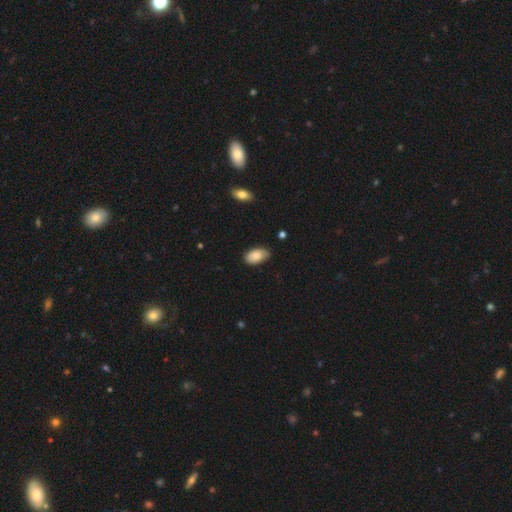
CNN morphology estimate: Smooth or featured? Predicted: smooth (p=0.86). How rounded? Predicted: in between (p=0.95). Merging? Predicted: none (p=0.75).